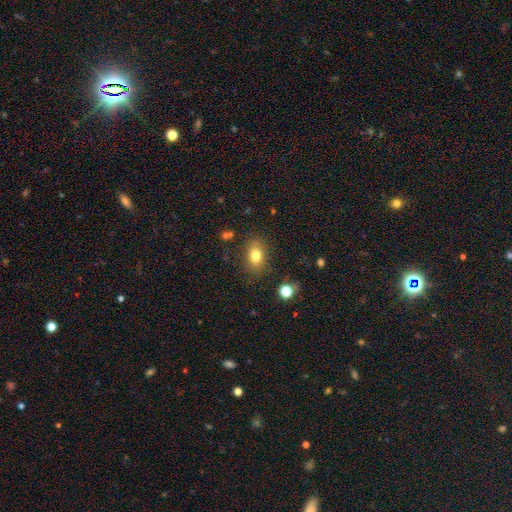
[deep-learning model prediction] smooth_or_featured: smooth (p=0.79) [alt: star or artifact p=0.11]
how_rounded: in between (p=0.75) [alt: round p=0.23]
merging: none (p=0.82) [alt: minor disturbance p=0.12]